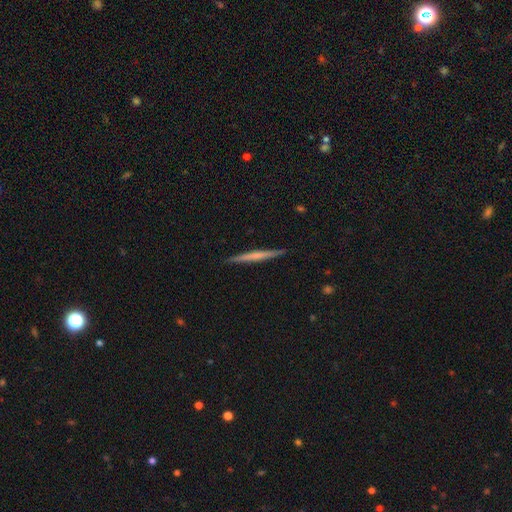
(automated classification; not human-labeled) smooth_or_featured: featured or disk (p=0.51) [alt: smooth p=0.44]
disk_edge_on: yes (p=0.98) [alt: no p=0.02]
merging: none (p=0.91) [alt: minor disturbance p=0.07]